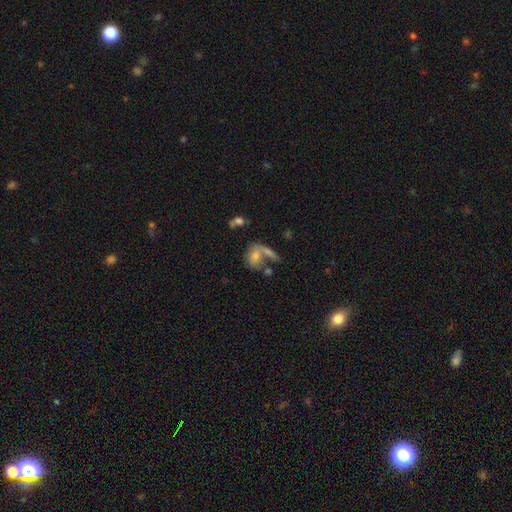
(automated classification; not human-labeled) A smooth galaxy with no disk features (65%) that is in between round and cigar-shaped (61%). Merging: none (36%).